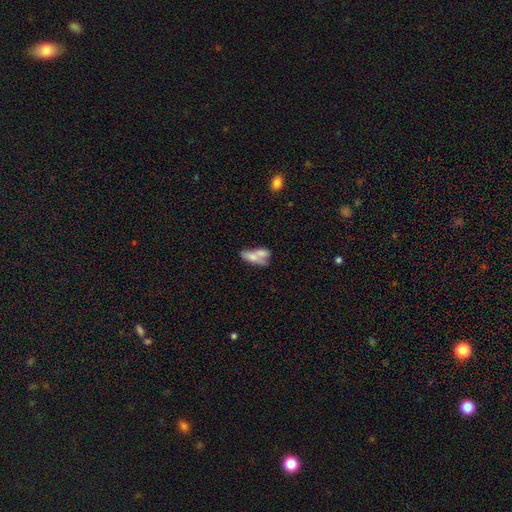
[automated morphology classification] The model was most divided on "smooth or featured": smooth: 63%, featured or disk: 29%, star or artifact: 8%. More confident: how rounded — in between (74%); merging — merger (59%).